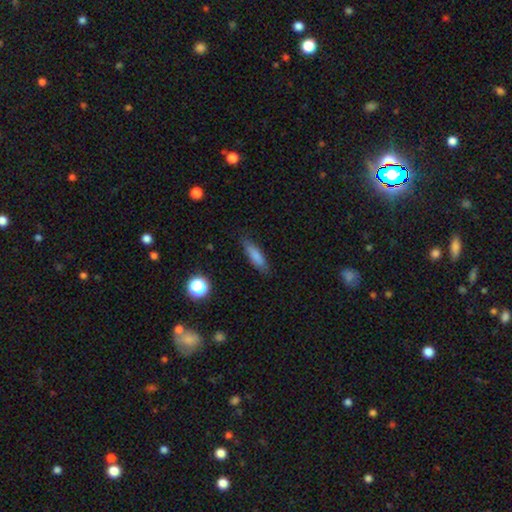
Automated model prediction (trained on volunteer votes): This is clearly a smooth galaxy (80%). How rounded: likely cigar-shaped (63%). Merging: clearly none (83%).